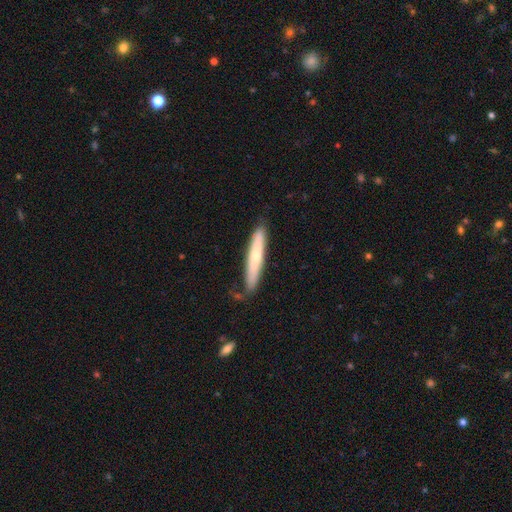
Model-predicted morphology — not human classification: smooth_or_featured: smooth (p=0.59) [alt: featured or disk p=0.35]
how_rounded: cigar-shaped (p=0.92) [alt: in between p=0.07]
merging: none (p=0.81) [alt: minor disturbance p=0.14]